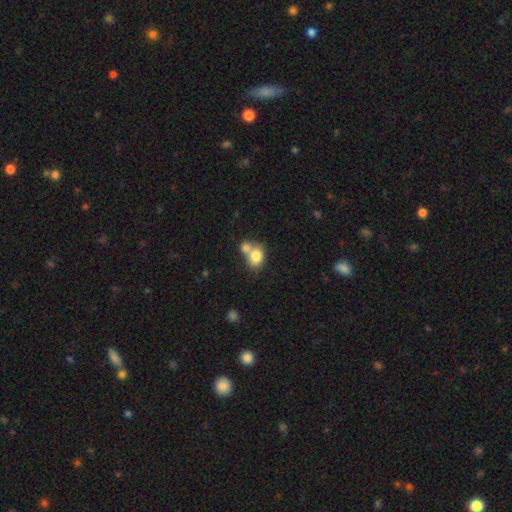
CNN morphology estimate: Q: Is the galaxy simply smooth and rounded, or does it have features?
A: smooth — 77%.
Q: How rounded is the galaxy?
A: in between — 52%.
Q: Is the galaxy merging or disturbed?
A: merger — 56%.